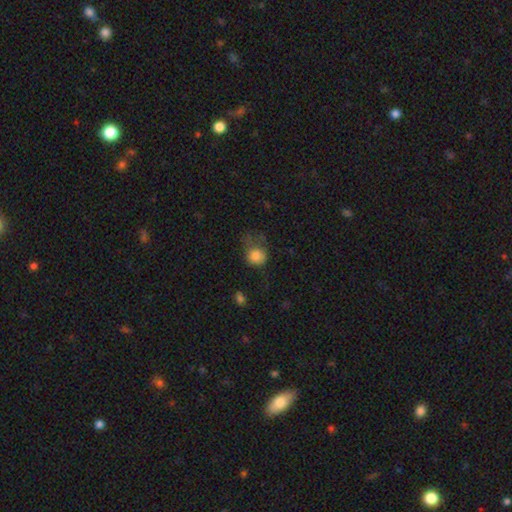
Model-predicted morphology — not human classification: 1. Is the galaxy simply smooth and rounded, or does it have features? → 81% smooth, 10% star or artifact, 9% featured or disk.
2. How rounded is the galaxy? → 75% round, 24% in between, 1% cigar-shaped.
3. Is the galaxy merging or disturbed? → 35% none, 31% major disturbance, 31% minor disturbance, 3% merger.